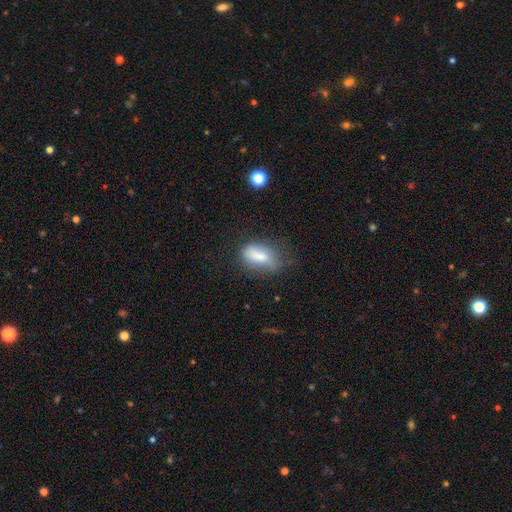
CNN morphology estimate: smooth_or_featured: smooth (p=0.77) [alt: featured or disk p=0.14]
how_rounded: in between (p=0.86) [alt: cigar-shaped p=0.07]
merging: none (p=0.49) [alt: minor disturbance p=0.32]